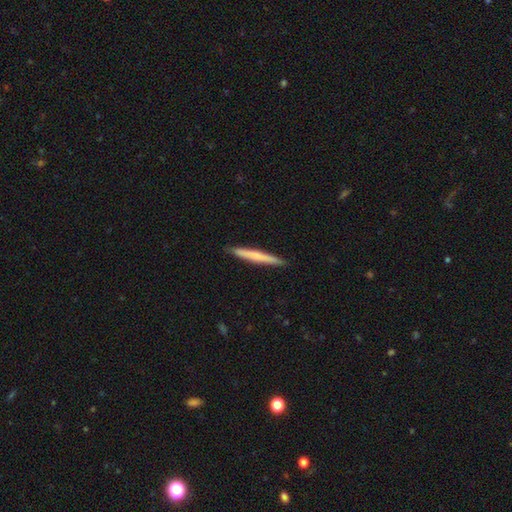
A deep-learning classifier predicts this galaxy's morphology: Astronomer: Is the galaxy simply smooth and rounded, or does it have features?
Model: smooth — 61%.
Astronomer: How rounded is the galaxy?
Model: cigar-shaped — 97%.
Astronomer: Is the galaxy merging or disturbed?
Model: none — 91%.